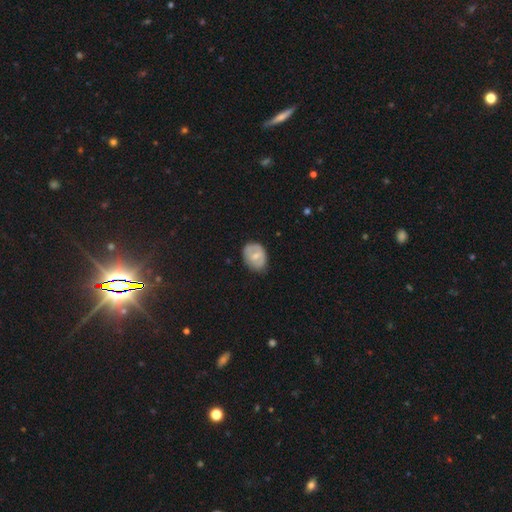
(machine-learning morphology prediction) Smooth or featured? smooth (55%)
How rounded? in between (62%)
Merging? none (71%)